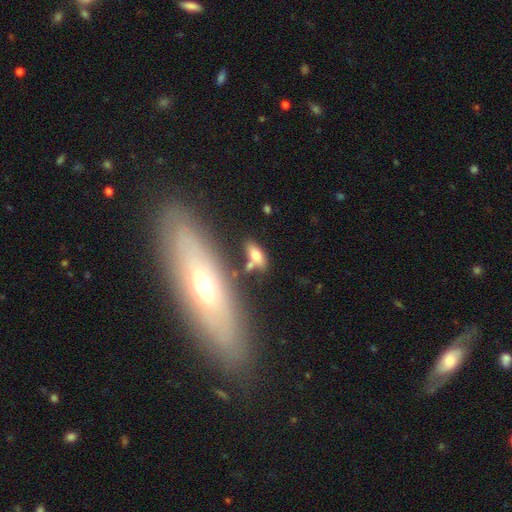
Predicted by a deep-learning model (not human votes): This appears to be a smooth galaxy with no disk features (70%) that is in between round and cigar-shaped (81%). Merging: none (62%).